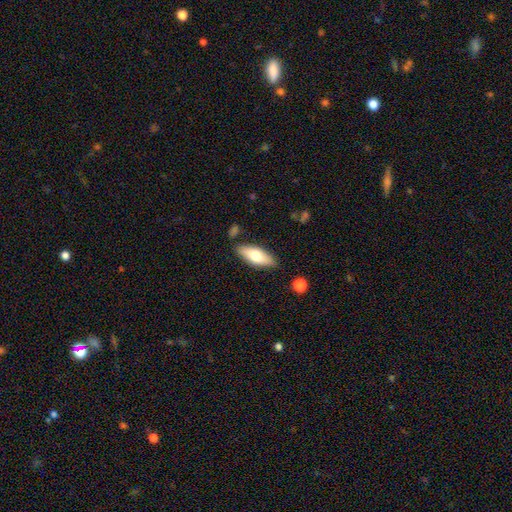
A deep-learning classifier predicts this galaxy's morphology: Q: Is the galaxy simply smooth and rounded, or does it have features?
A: smooth — 68%.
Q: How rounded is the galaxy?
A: in between — 75%.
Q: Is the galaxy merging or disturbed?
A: none — 83%.